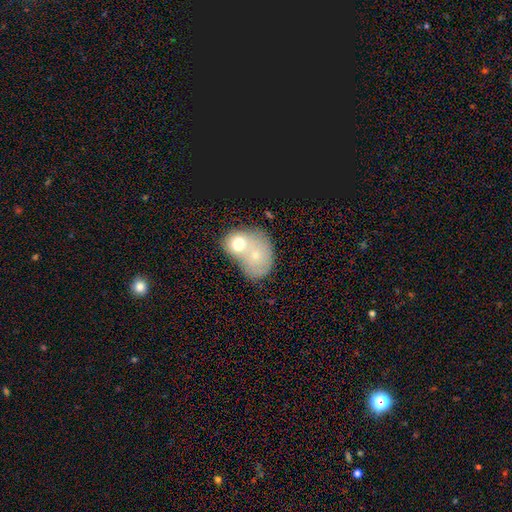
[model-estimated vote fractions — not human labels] smooth_or_featured: smooth (p=0.63) [alt: featured or disk p=0.27]
how_rounded: in between (p=0.51) [alt: round p=0.48]
merging: merger (p=0.70) [alt: none p=0.19]